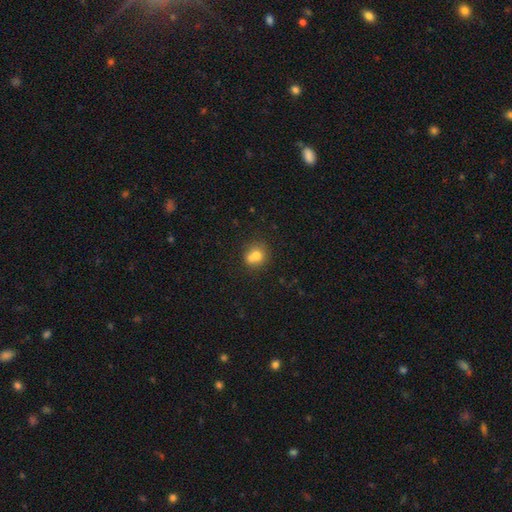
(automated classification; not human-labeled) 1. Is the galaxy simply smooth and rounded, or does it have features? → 70% smooth, 19% featured or disk, 11% star or artifact.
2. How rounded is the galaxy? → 79% round, 20% in between, 1% cigar-shaped.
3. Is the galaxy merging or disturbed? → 44% merger, 43% none, 10% minor disturbance, 4% major disturbance.